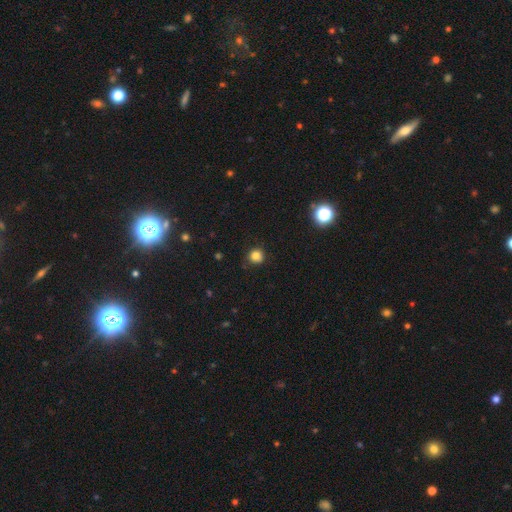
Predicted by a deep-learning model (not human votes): This appears to be a smooth galaxy with no disk features (81%) that is round (91%). Merging: none (85%).